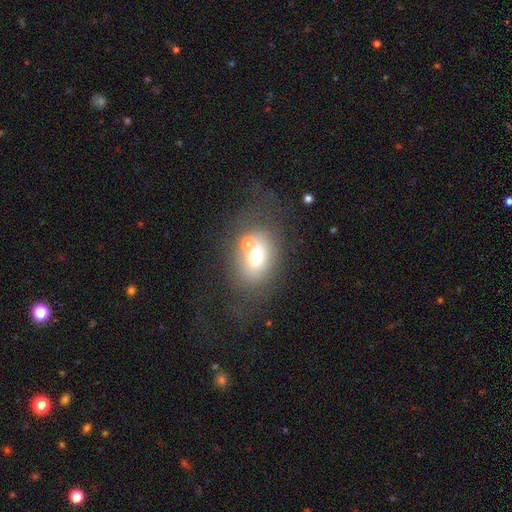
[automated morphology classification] Smooth or featured: smooth — 61% (featured or disk — 27%)
How rounded: in between — 70% (round — 29%)
Merging: none — 43% (merger — 27%)